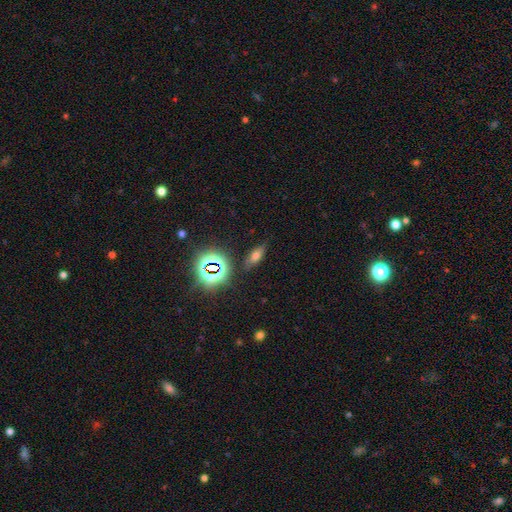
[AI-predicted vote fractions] Morphology: type=smooth (59%); roundness=in between (69%); merging=none (83%).